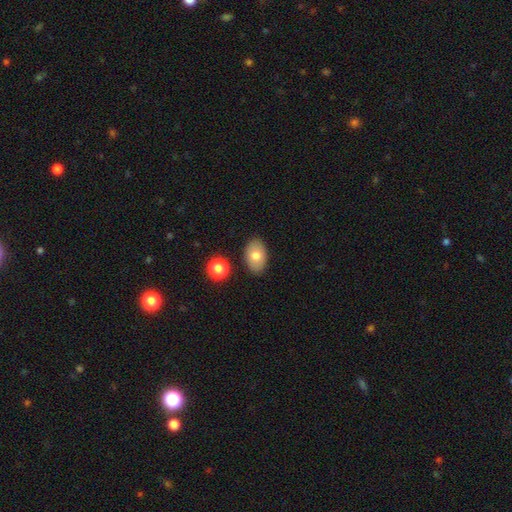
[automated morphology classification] Q: Smooth or featured?
A: smooth (77%); runner-up: featured or disk (15%)
Q: How rounded?
A: in between (87%); runner-up: round (11%)
Q: Merging?
A: none (85%); runner-up: minor disturbance (10%)